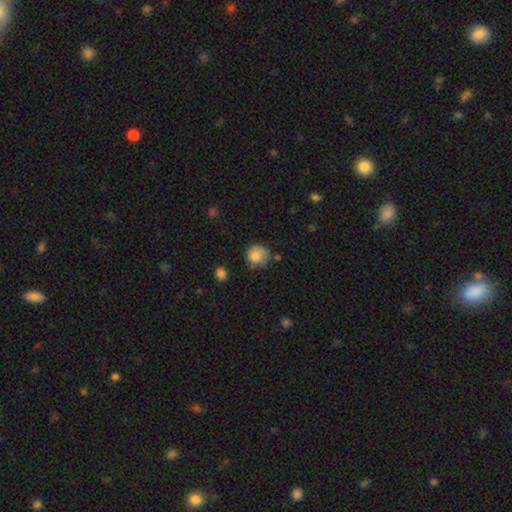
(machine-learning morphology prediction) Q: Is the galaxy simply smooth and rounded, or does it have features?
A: smooth — 83%.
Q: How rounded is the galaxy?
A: round — 86%.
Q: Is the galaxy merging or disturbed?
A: none — 62%.